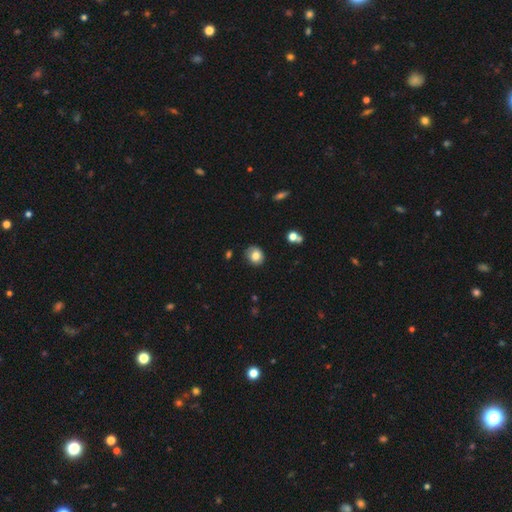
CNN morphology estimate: Smooth or featured? smooth (79%)
How rounded? round (67%)
Merging? none (79%)